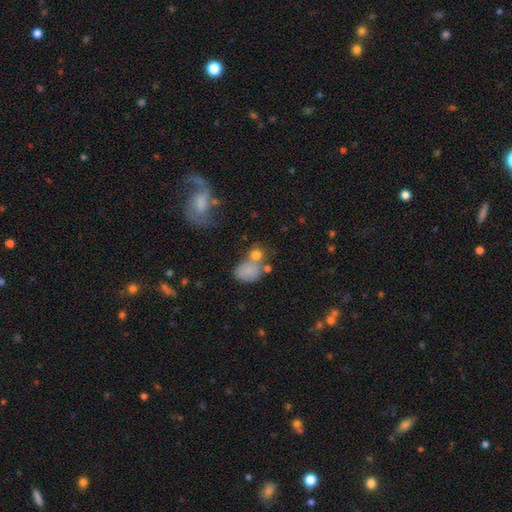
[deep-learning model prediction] Smooth or featured: featured or disk — 39% (star or artifact — 31%)
Merging: none — 53% (merger — 22%)